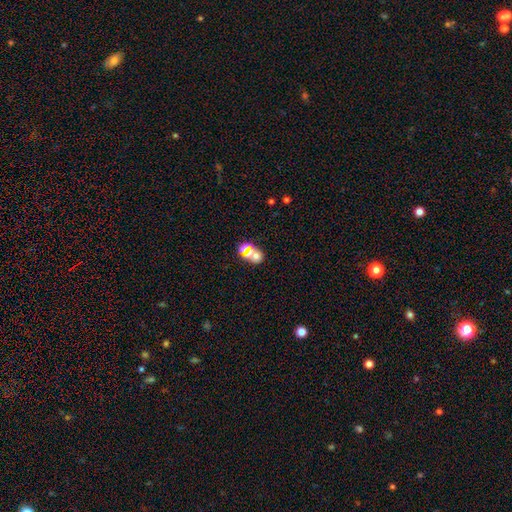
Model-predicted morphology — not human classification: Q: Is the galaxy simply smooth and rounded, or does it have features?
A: smooth — 51%.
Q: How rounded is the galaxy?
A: round — 56%.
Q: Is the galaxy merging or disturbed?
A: none — 52%.